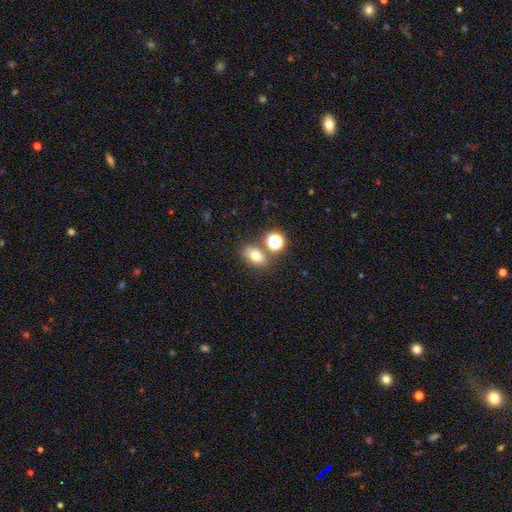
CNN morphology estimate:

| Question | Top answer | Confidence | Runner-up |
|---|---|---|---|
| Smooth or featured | smooth | 73% | star or artifact (16%) |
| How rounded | in between | 73% | round (25%) |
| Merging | none | 67% | merger (18%) |